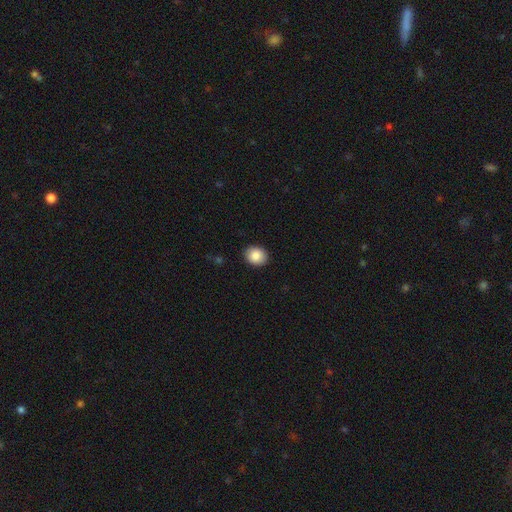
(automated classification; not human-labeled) Smooth or featured: smooth — 87% (star or artifact — 8%)
How rounded: round — 61% (in between — 38%)
Merging: none — 90% (minor disturbance — 7%)